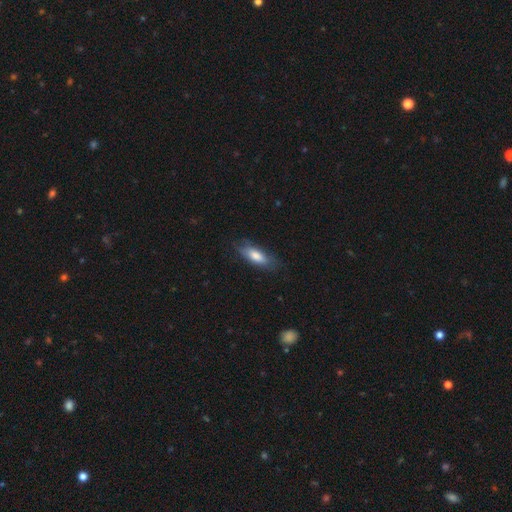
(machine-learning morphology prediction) A smooth galaxy with no disk features (74%) that is in between round and cigar-shaped (66%). Merging: none (72%).